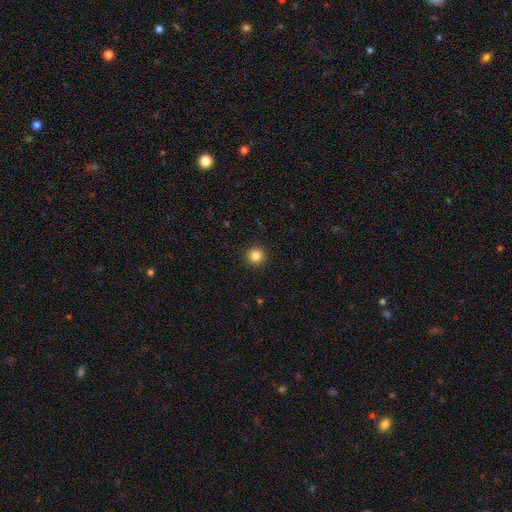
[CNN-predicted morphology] A smooth galaxy with no disk features (84%) that is round (96%).

Vote fractions:
- Smooth or featured? smooth: 84% / star or artifact: 11% / featured or disk: 4%
- How rounded? round: 96% / in between: 3% / cigar-shaped: 1%
- Merging? none: 93% / minor disturbance: 4% / major disturbance: 2% / merger: 1%